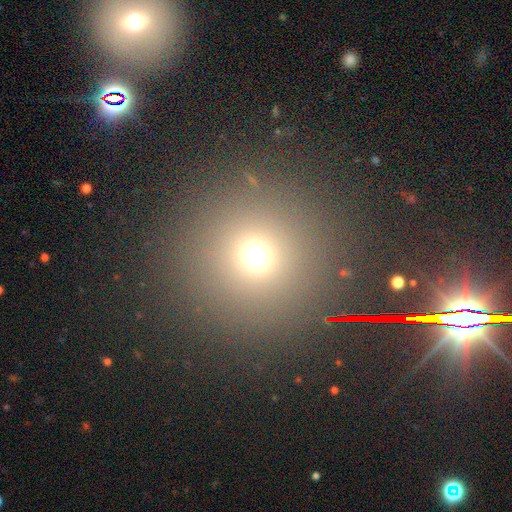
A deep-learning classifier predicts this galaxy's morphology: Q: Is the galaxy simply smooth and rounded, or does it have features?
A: smooth — 65%.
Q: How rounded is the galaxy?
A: round — 95%.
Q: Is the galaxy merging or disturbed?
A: none — 87%.